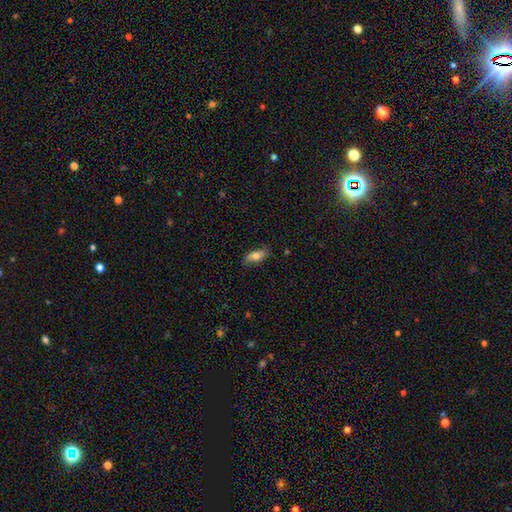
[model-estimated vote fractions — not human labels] Morphology: type=smooth (73%); roundness=in between (75%); merging=none (79%).